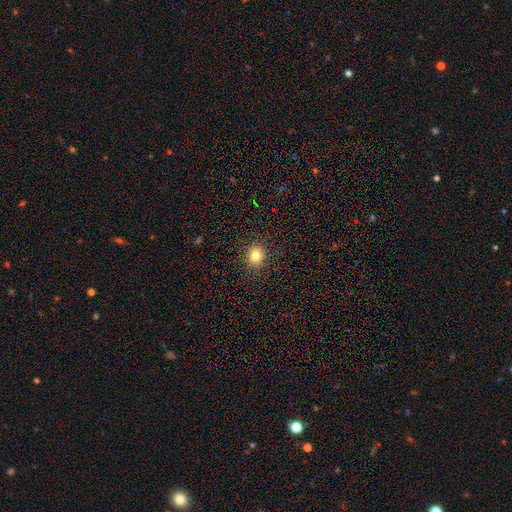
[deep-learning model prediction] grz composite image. It shows a smooth galaxy with no disk features (81%) that is round (70%). Merging: none (90%).